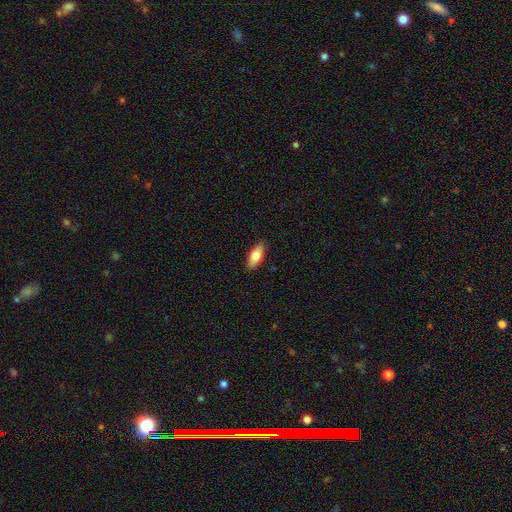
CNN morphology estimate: A smooth galaxy with no disk features (78%) that is in between round and cigar-shaped (80%). Merging: none (88%).